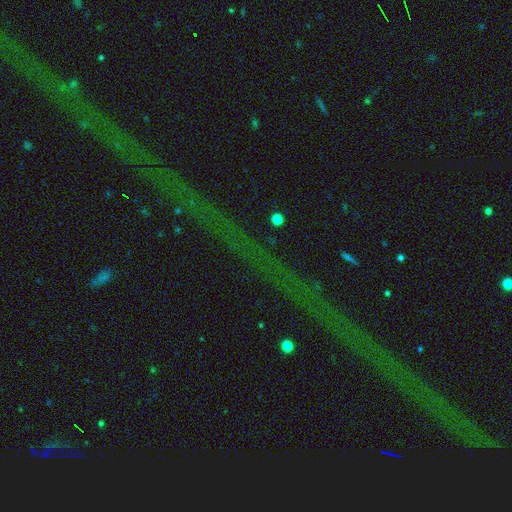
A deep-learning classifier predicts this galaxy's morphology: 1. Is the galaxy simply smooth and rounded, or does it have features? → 78% star or artifact, 14% featured or disk, 8% smooth.